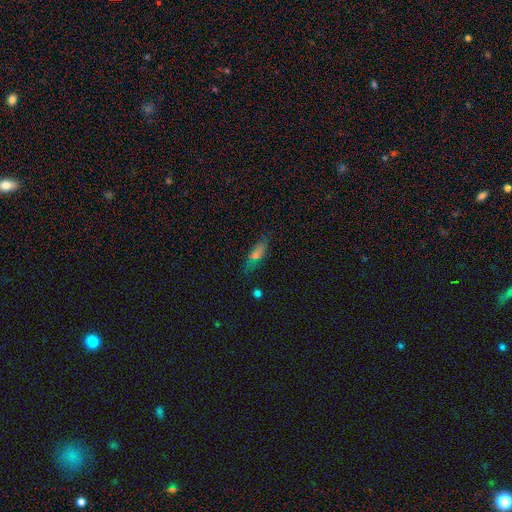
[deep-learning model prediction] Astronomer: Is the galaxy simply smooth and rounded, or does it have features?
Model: smooth — 64%.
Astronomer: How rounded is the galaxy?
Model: in between — 54% (runner-up: cigar-shaped, 42%).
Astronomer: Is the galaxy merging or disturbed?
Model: none — 70%.